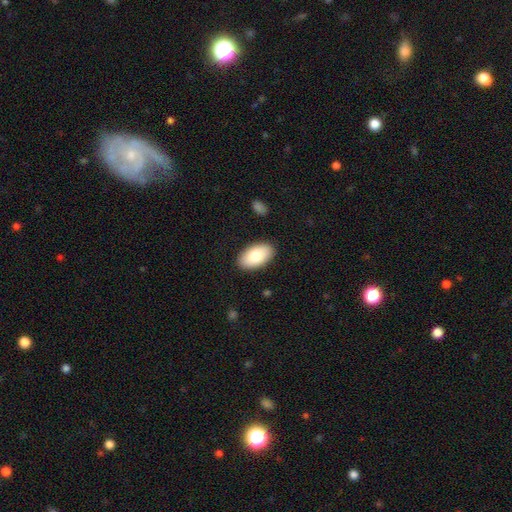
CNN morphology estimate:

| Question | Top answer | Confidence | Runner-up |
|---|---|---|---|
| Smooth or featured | smooth | 81% | featured or disk (14%) |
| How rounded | in between | 95% | round (3%) |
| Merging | none | 89% | minor disturbance (8%) |